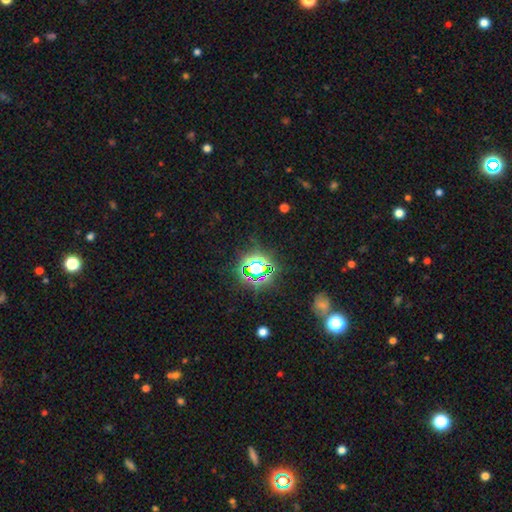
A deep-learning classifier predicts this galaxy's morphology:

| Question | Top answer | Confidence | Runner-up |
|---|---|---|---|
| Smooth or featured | star or artifact | 75% | smooth (16%) |